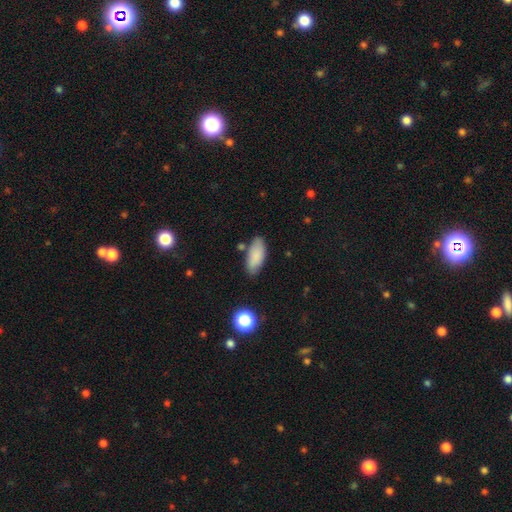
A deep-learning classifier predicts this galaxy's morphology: Overall: smooth (86%). How rounded: in between (85%). Merging: none (77%).